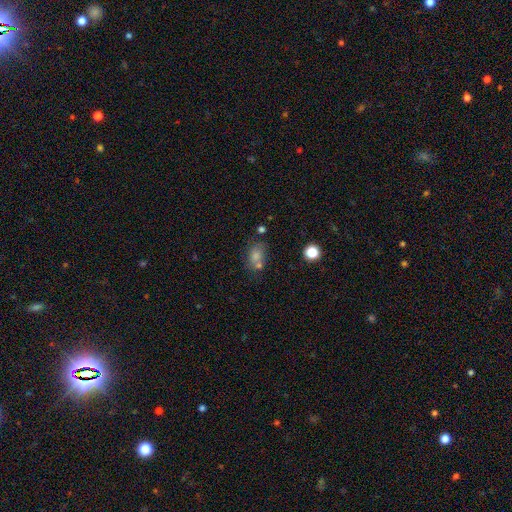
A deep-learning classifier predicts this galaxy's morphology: Q: Smooth or featured?
A: smooth (59%); runner-up: star or artifact (21%)
Q: How rounded?
A: in between (65%); runner-up: round (33%)
Q: Merging?
A: none (53%); runner-up: merger (24%)